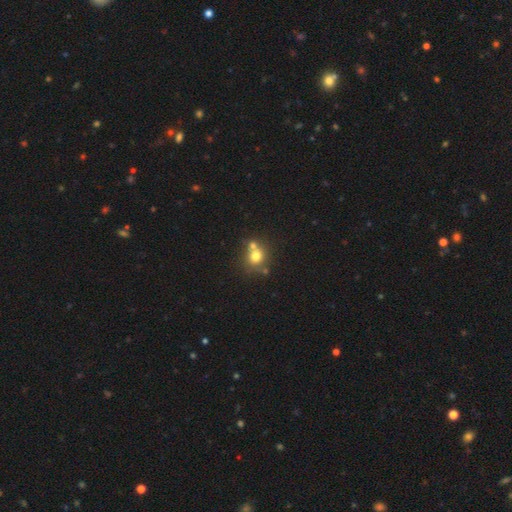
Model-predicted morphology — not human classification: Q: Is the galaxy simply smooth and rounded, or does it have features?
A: smooth — 72%.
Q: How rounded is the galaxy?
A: round — 77%.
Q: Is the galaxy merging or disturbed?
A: none — 47%.